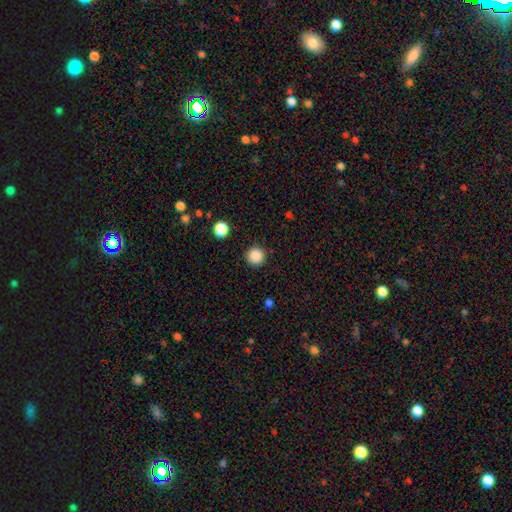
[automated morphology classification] smooth_or_featured: smooth (p=0.87) [alt: star or artifact p=0.10]
how_rounded: round (p=0.96) [alt: in between p=0.03]
merging: none (p=0.91) [alt: minor disturbance p=0.05]